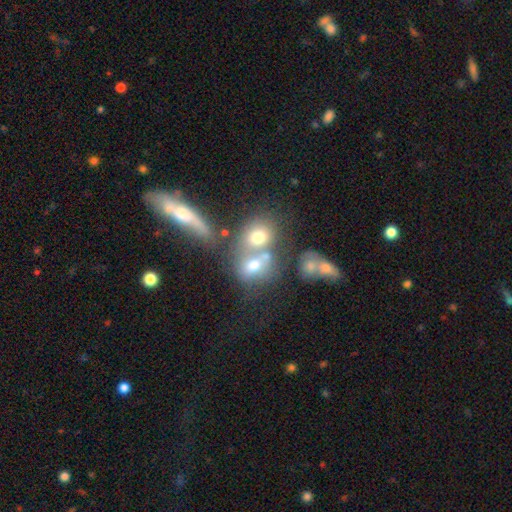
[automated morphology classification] Overall: smooth (49%; featured or disk 32%). Merging: merger (51%; none 32%).